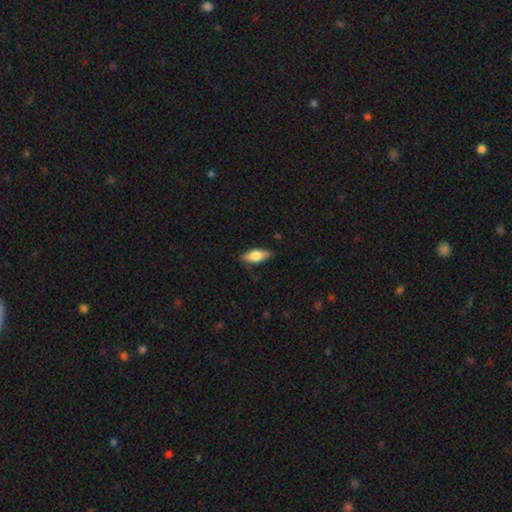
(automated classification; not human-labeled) Smooth or featured? smooth (65%)
How rounded? in between (77%)
Merging? none (82%)